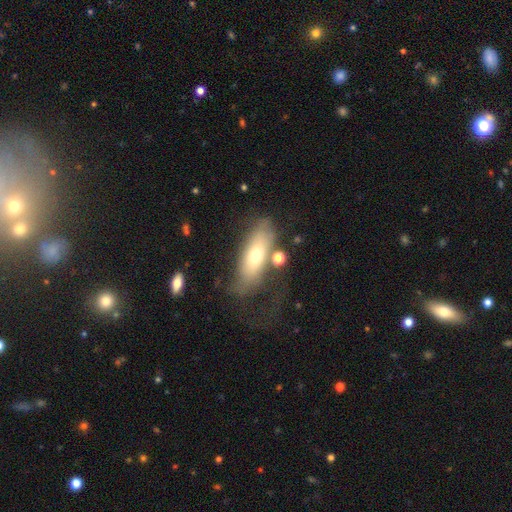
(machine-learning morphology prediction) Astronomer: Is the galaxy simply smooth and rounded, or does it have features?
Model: smooth — 58% (runner-up: featured or disk, 34%).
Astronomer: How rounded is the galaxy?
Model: in between — 74%.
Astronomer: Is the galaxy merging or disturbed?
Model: none — 49%.